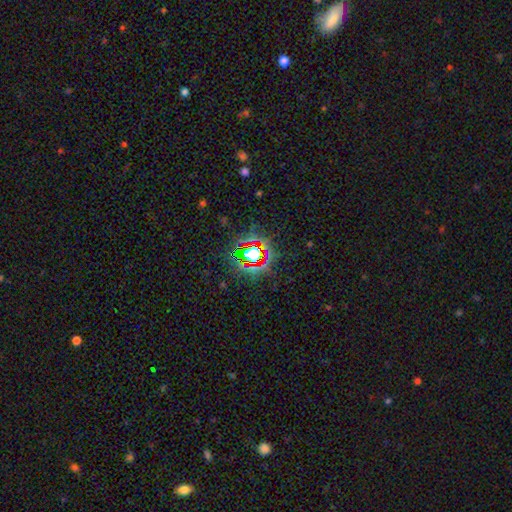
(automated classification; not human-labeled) smooth-or-featured: star or artifact: 73% | smooth: 16% | featured or disk: 11%